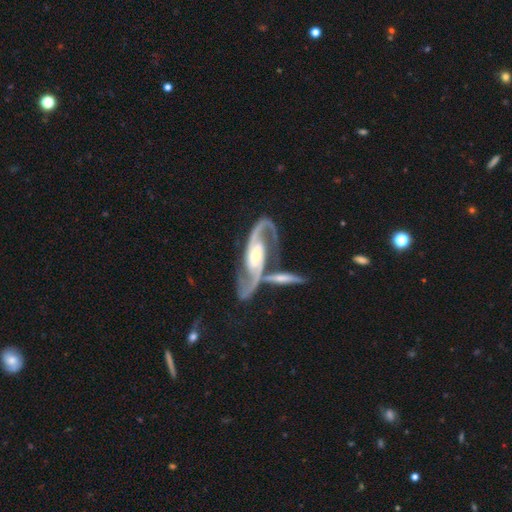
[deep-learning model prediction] Smooth or featured?
  - featured or disk: 92% *
  - star or artifact: 4%
  - smooth: 4%
Edge-on disk?
  - no: 94% *
  - yes: 6%
Bar?
  - no: 45% *
  - weak: 31%
  - strong: 25%
Spiral arms?
  - yes: 98% *
  - no: 2%
Spiral winding?
  - medium: 55% *
  - loose: 25%
  - tight: 20%
Spiral arm count?
  - 2: 93% *
  - can't tell: 2%
  - 1: 2%
  - 3: 1%
  - 4: 1%
  - more than 4: 1%
Bulge size?
  - moderate: 50% *
  - small: 43%
  - large: 4%
  - none: 1%
  - dominant: 1%
Merging?
  - none: 47% *
  - merger: 31%
  - minor disturbance: 13%
  - major disturbance: 9%